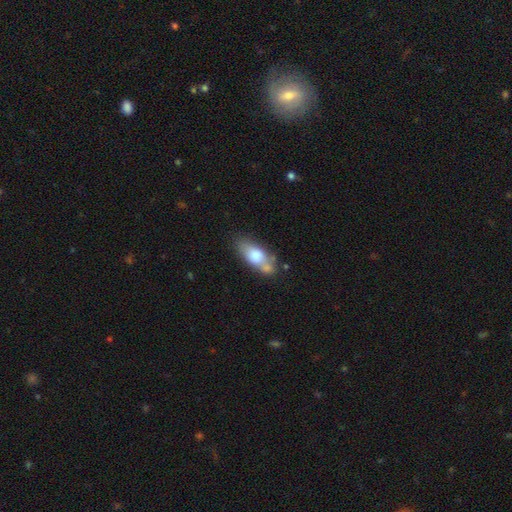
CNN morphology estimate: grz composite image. It shows a smooth galaxy with no disk features (71%) that is in between round and cigar-shaped (78%). Merging: none (49%).